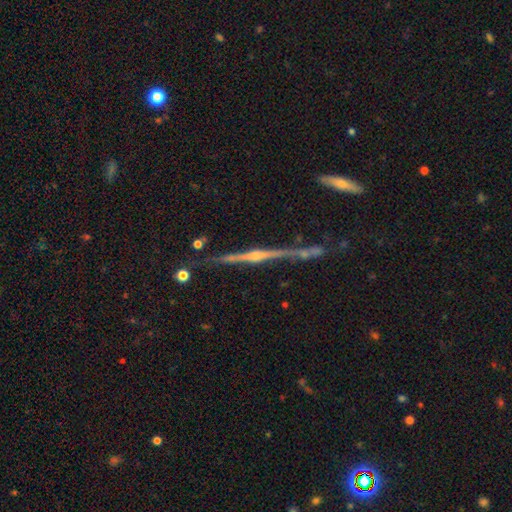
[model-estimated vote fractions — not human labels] Smooth or featured? featured or disk (84%)
Edge-on disk? yes (98%)
Edge-on bulge? rounded (89%)
Merging? none (78%)